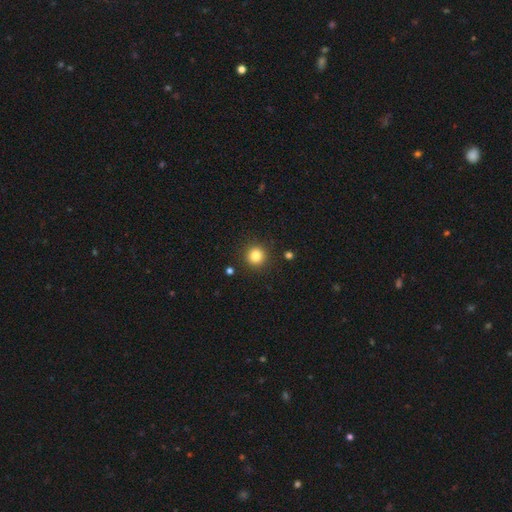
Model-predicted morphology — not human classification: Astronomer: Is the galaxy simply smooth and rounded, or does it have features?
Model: smooth — 83%.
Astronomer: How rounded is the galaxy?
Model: round — 94%.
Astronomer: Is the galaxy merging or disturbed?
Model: none — 90%.